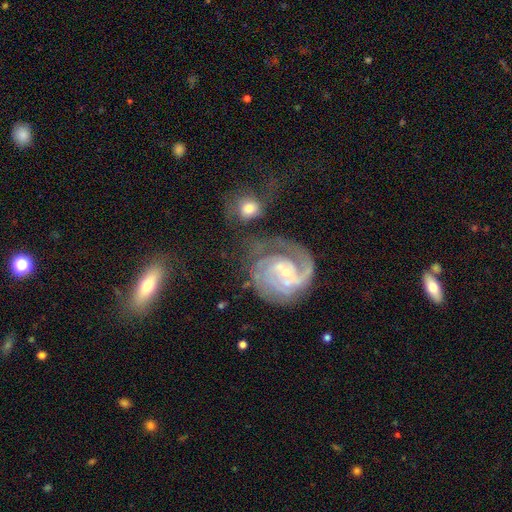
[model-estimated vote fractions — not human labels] A featured or disk galaxy (83%) with a weak bar (47%), 2 (59%) tight (53%) spiral arms (94%) and a small central bulge (48%). Merging: none (55%).